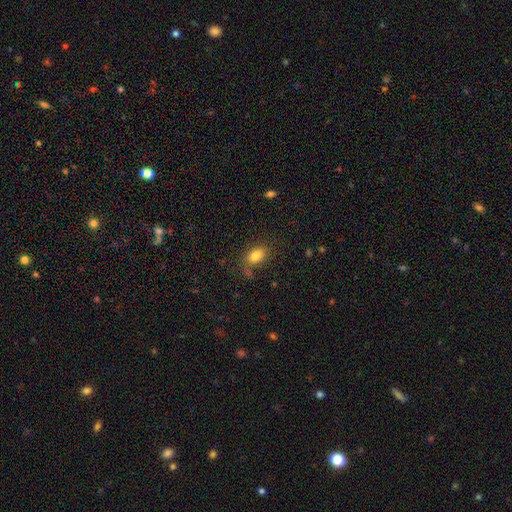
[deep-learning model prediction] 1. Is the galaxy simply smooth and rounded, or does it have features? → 81% smooth, 10% star or artifact, 9% featured or disk.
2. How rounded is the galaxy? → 82% in between, 17% round, 2% cigar-shaped.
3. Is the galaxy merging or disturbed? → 70% none, 17% minor disturbance, 9% major disturbance, 4% merger.